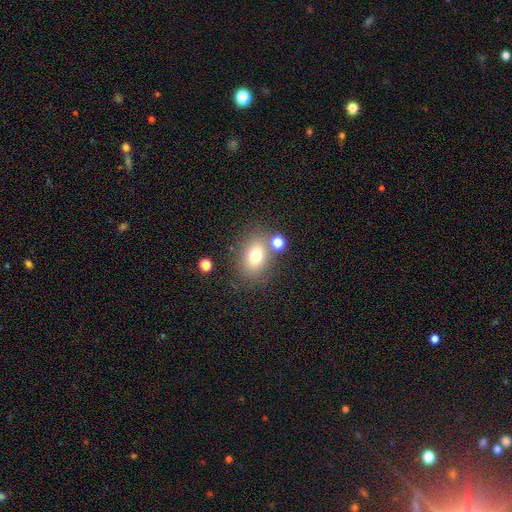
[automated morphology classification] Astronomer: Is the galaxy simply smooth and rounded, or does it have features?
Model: smooth — 74%.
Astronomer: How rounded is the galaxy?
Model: in between — 67%.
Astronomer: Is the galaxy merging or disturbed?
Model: none — 71%.